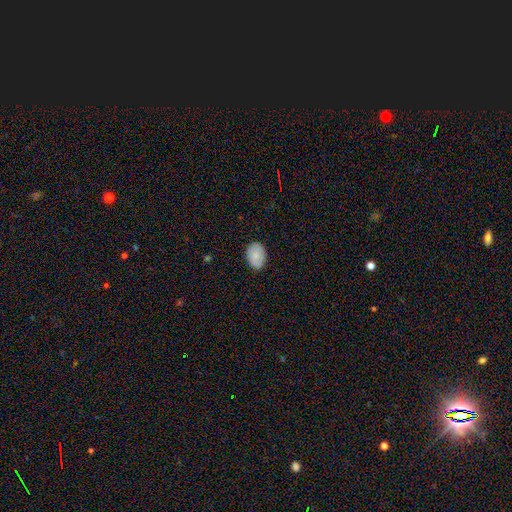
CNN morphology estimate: Smooth or featured: smooth — 83% (featured or disk — 11%)
How rounded: in between — 81% (round — 18%)
Merging: none — 85% (minor disturbance — 12%)